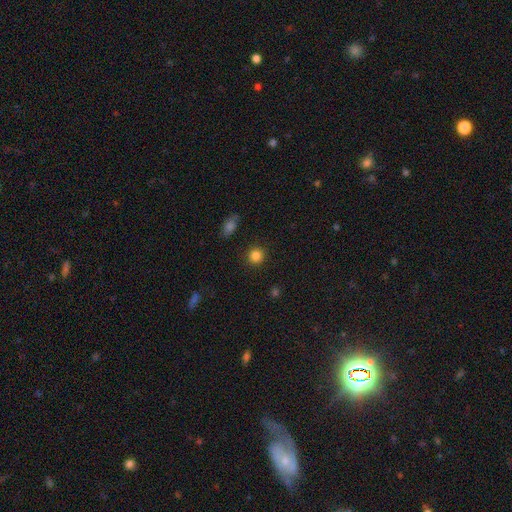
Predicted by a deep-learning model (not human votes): The model was most divided on "smooth or featured": smooth: 84%, star or artifact: 12%, featured or disk: 4%. More confident: how rounded — round (92%); merging — none (90%).